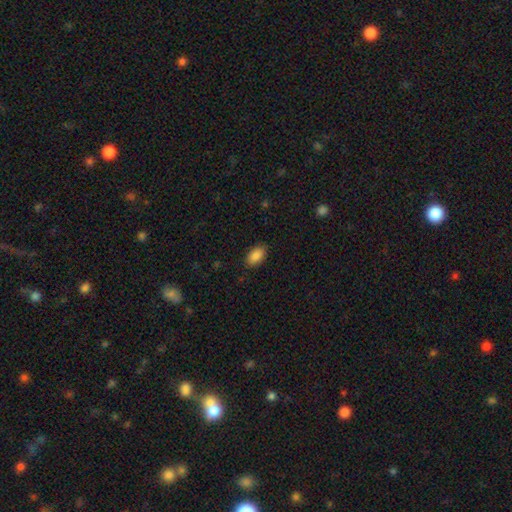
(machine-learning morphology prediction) The model was most divided on "merging": none: 86%, minor disturbance: 11%, major disturbance: 2%, merger: 1%. More confident: how rounded — in between (93%); smooth or featured — smooth (89%).